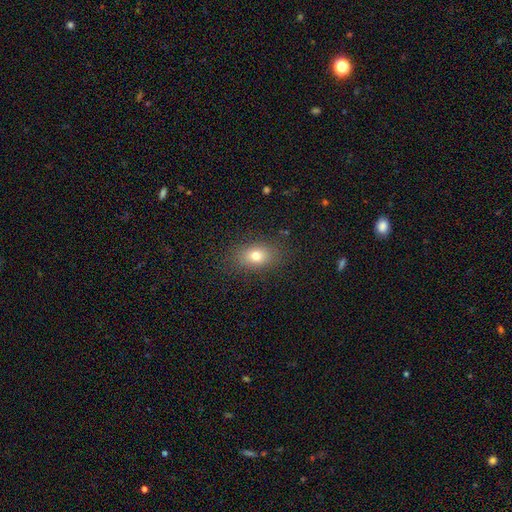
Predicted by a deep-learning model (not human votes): Morphology: type=smooth (75%); roundness=in between (76%); merging=none (84%).